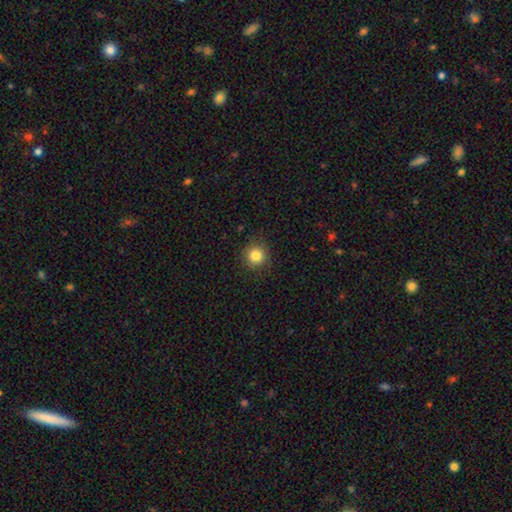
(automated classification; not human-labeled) smooth-or-featured: smooth: 83% | star or artifact: 11% | featured or disk: 5%
  how-rounded: round: 94% | in between: 5% | cigar-shaped: 1%
  merging: none: 89% | minor disturbance: 7% | major disturbance: 2% | merger: 1%